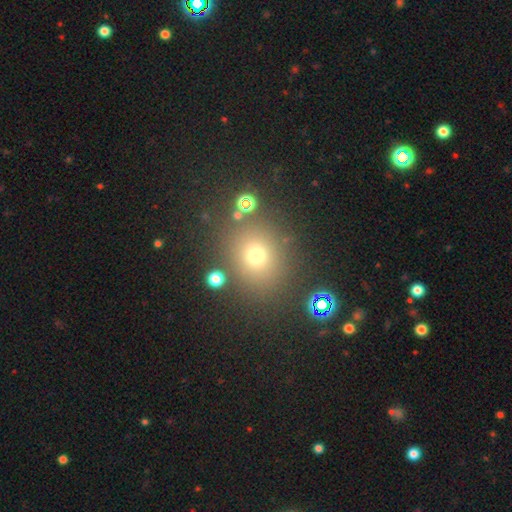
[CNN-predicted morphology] This appears to be a smooth galaxy with no disk features (68%) that is round (74%). Merging: none (81%).